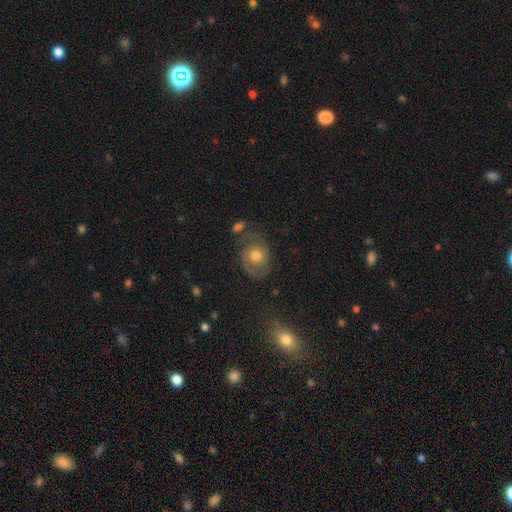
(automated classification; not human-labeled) This appears to be a featured or disk galaxy (67%) with no bar (77%), 2 (80%) tight (43%) spiral arms (88%) and a moderate central bulge (69%). Merging: none (66%).